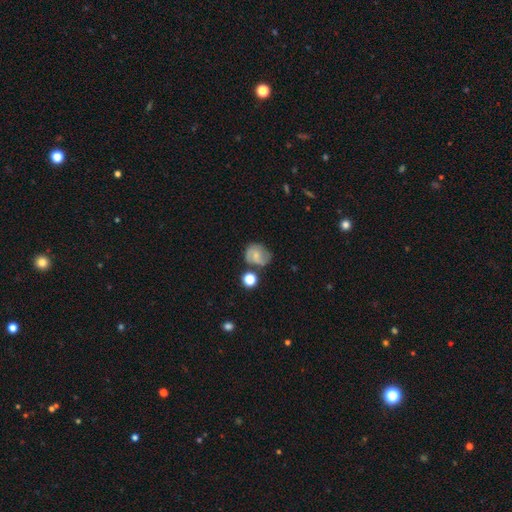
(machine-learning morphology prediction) smooth_or_featured: smooth (p=0.48) [alt: featured or disk p=0.42]
merging: none (p=0.57) [alt: minor disturbance p=0.23]